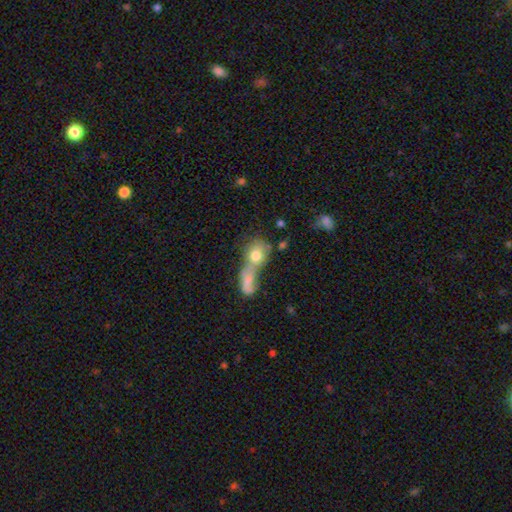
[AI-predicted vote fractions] Smooth or featured?
  - smooth: 71% *
  - featured or disk: 20%
  - star or artifact: 10%
How rounded?
  - round: 52% *
  - in between: 43%
  - cigar-shaped: 4%
Merging?
  - merger: 68% *
  - none: 18%
  - major disturbance: 7%
  - minor disturbance: 7%